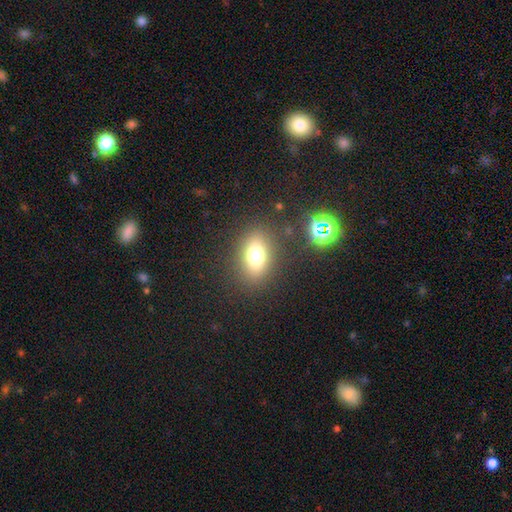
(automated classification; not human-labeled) This appears to be a smooth galaxy with no disk features (70%) that is in between round and cigar-shaped (75%). Merging: none (84%).